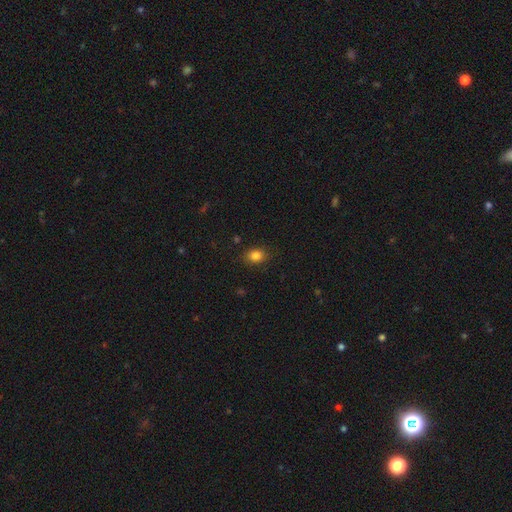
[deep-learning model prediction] Smooth or featured?
  - smooth: 84% *
  - star or artifact: 11%
  - featured or disk: 5%
How rounded?
  - in between: 56% *
  - round: 43%
  - cigar-shaped: 1%
Merging?
  - none: 87% *
  - minor disturbance: 10%
  - major disturbance: 3%
  - merger: 1%